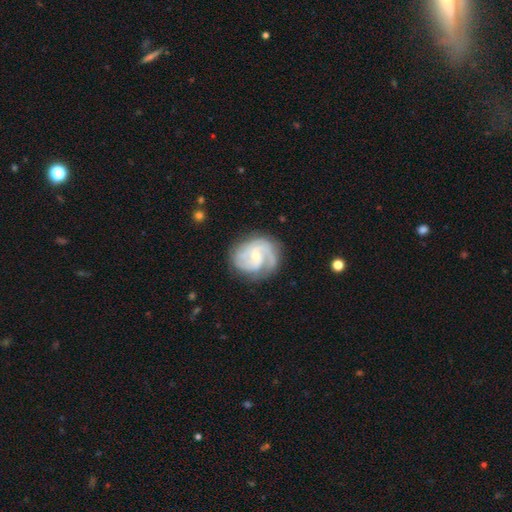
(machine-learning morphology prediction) smooth-or-featured: featured or disk: 86% | smooth: 9% | star or artifact: 5%
  disk-edge-on: no: 98% | yes: 2%
    bar: no: 54% | weak: 39% | strong: 7%
    has-spiral-arms: yes: 97% | no: 3%
      spiral-winding: tight: 48% | medium: 41% | loose: 11%
      spiral-arm-count: 2: 39% | 3: 28% | can't tell: 17% | 1: 7% | 4: 5% | more than 4: 4%
    bulge-size: small: 61% | moderate: 36% | none: 1% | large: 1% | dominant: 1%
  merging: none: 73% | minor disturbance: 18% | major disturbance: 8% | merger: 2%